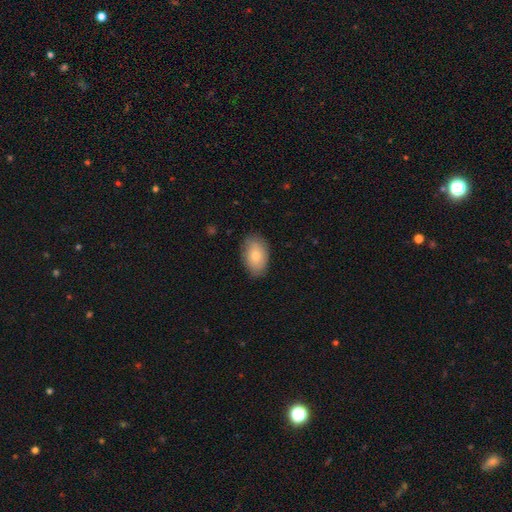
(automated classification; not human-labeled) Smooth or featured? smooth (79%)
How rounded? in between (91%)
Merging? none (82%)